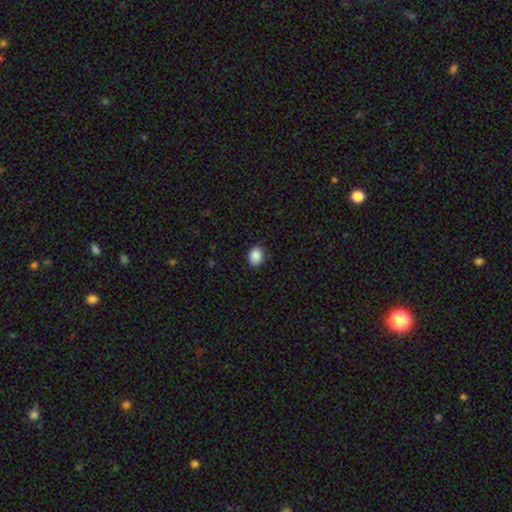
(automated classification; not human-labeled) Q: Smooth or featured?
A: smooth (88%); runner-up: star or artifact (8%)
Q: How rounded?
A: in between (53%); runner-up: round (46%)
Q: Merging?
A: none (82%); runner-up: minor disturbance (14%)